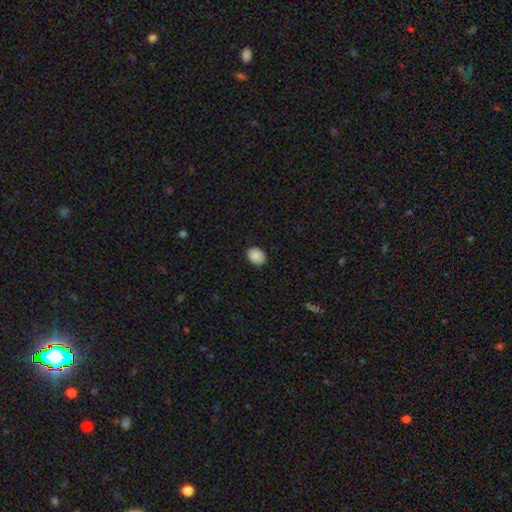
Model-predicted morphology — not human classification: Smooth or featured? Predicted: smooth (p=0.89). How rounded? Predicted: in between (p=0.64). Merging? Predicted: none (p=0.87).